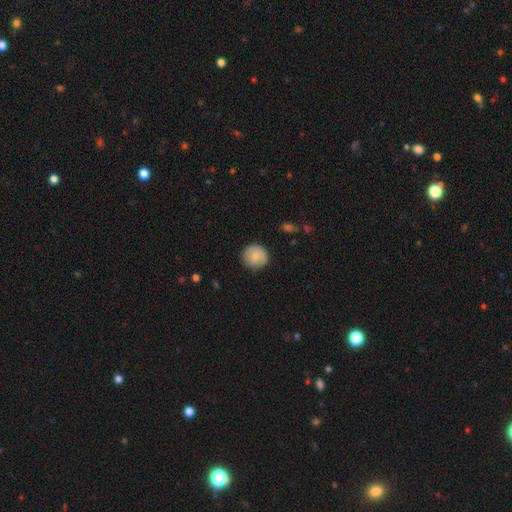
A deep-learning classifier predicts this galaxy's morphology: Smooth or featured: smooth — 80% (featured or disk — 14%)
How rounded: round — 90% (in between — 9%)
Merging: none — 82% (minor disturbance — 14%)